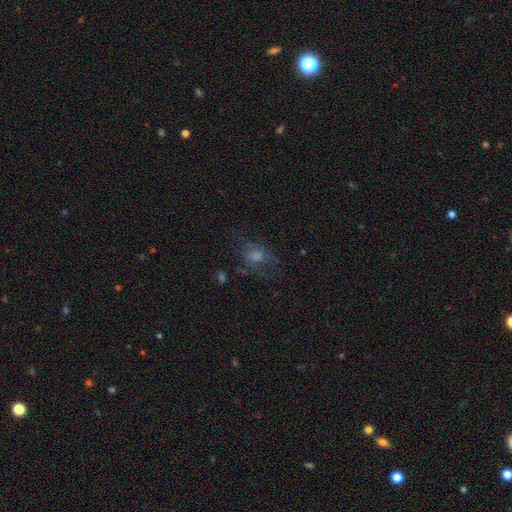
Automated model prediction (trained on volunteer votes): A smooth galaxy with no disk features (42%). Merging: none (57%).